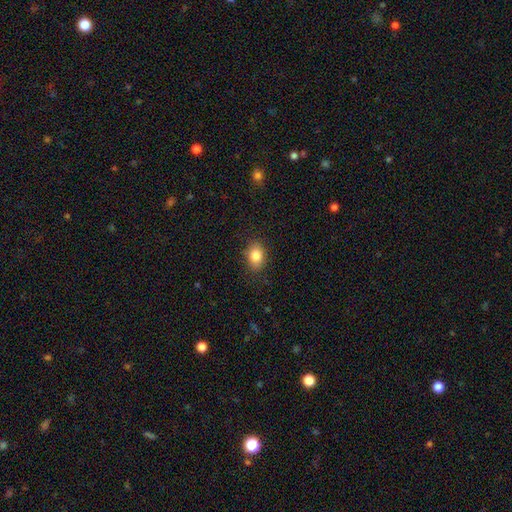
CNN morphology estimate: This appears to be a smooth galaxy with no disk features (84%) that is in between round and cigar-shaped (73%). Merging: none (85%).